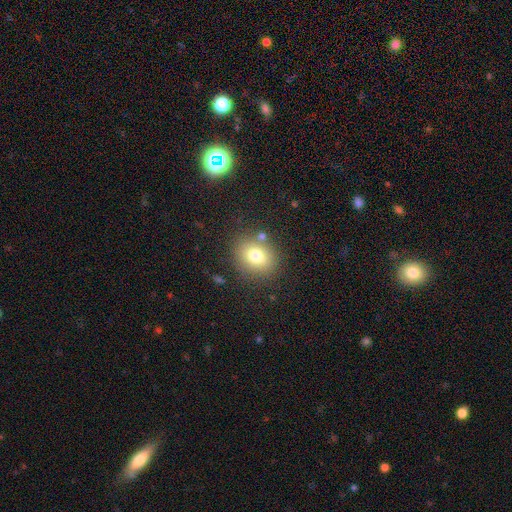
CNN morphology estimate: smooth-or-featured: smooth: 75% | featured or disk: 13% | star or artifact: 12%
  how-rounded: round: 61% | in between: 38% | cigar-shaped: 1%
  merging: none: 79% | minor disturbance: 11% | merger: 5% | major disturbance: 4%